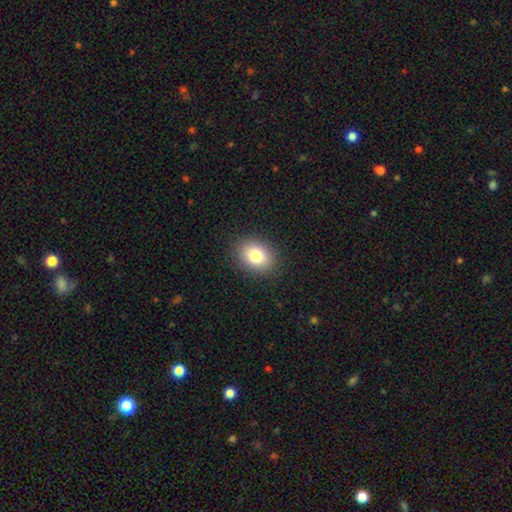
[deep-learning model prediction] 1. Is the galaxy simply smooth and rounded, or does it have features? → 81% smooth, 10% star or artifact, 9% featured or disk.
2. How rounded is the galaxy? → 63% in between, 36% round, 1% cigar-shaped.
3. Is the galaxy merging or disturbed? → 89% none, 8% minor disturbance, 2% major disturbance, 1% merger.